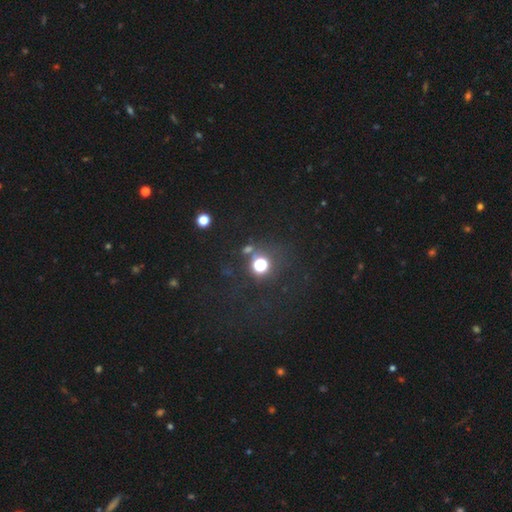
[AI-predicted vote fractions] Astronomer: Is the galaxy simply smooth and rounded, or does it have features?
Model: star or artifact — 46% (runner-up: smooth, 45%).